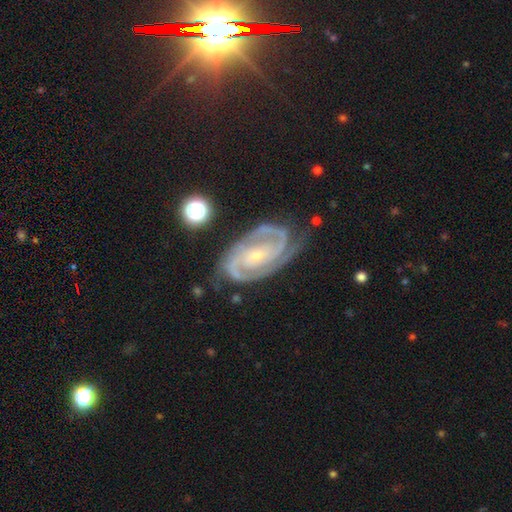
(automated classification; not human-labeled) Morphology: type=featured or disk (92%); edge-on=no (97%); bar=no (55%); spiral arms=yes (99%); winding=tight (65%); arm count=2 (75%); bulge=small (75%); merging=none (74%).